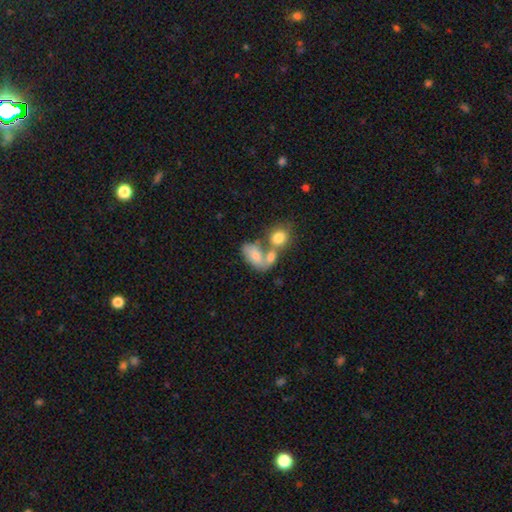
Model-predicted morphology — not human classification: This appears to be a smooth galaxy with no disk features (66%) that is in between round and cigar-shaped (86%). Merging: merger (57%).